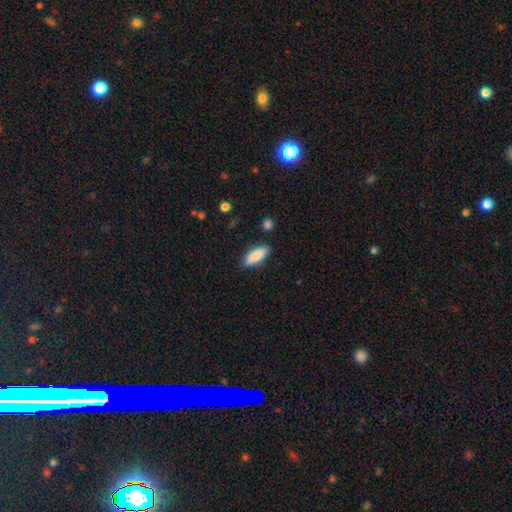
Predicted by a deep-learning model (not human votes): Q: Smooth or featured?
A: smooth (84%); runner-up: featured or disk (10%)
Q: How rounded?
A: in between (72%); runner-up: cigar-shaped (26%)
Q: Merging?
A: none (85%); runner-up: minor disturbance (11%)